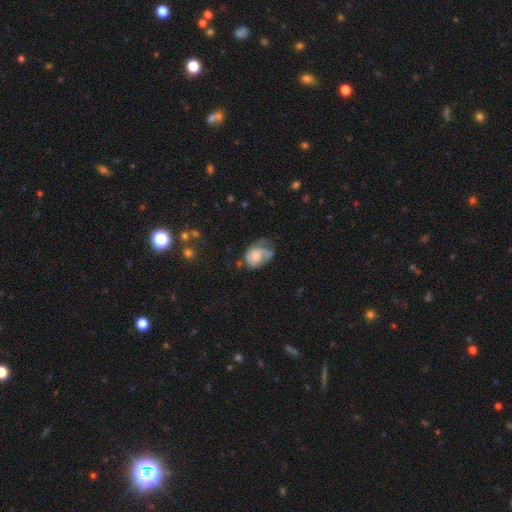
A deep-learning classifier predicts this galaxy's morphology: A featured or disk galaxy (52%) with no bar (77%), spiral arms (72%) and a moderate central bulge (50%).

Vote fractions:
- Smooth or featured? featured or disk: 52% / smooth: 40% / star or artifact: 8%
- Edge-on disk? no: 97% / yes: 3%
- Bar? no: 77% / weak: 20% / strong: 3%
- Spiral arms? yes: 72% / no: 28%
- Bulge size? moderate: 50% / small: 24% / large: 16% / none: 8% / dominant: 2%
- Merging? none: 36% / minor disturbance: 34% / major disturbance: 27% / merger: 4%